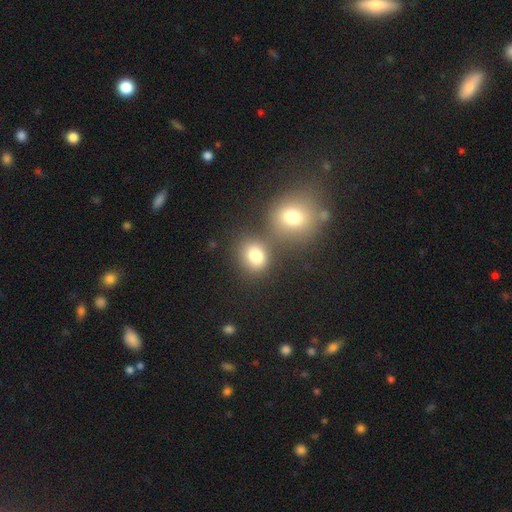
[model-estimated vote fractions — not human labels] Smooth or featured? Predicted: smooth (p=0.80). How rounded? Predicted: round (p=0.59). Merging? Predicted: none (p=0.56).